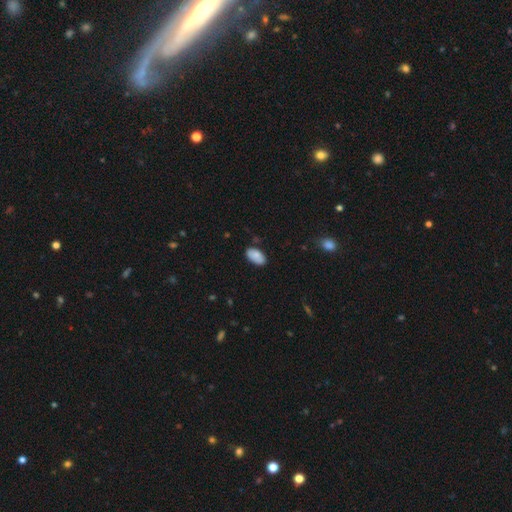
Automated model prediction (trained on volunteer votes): smooth 84%, featured or disk 9%, star or artifact 7%. Down the decision tree: how rounded — in between (95%); merging — none (80%).